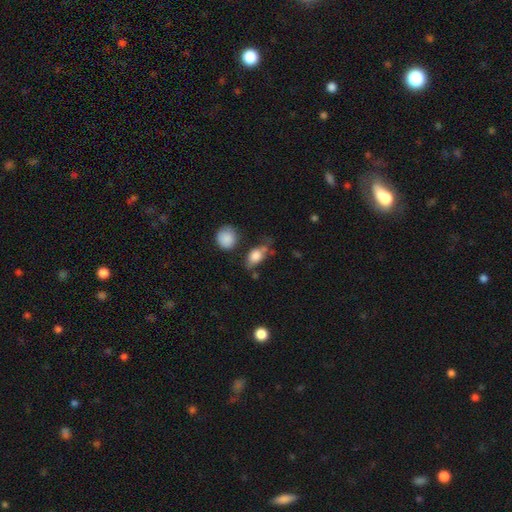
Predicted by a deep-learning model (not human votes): Smooth or featured? smooth (78%)
How rounded? in between (78%)
Merging? none (50%)